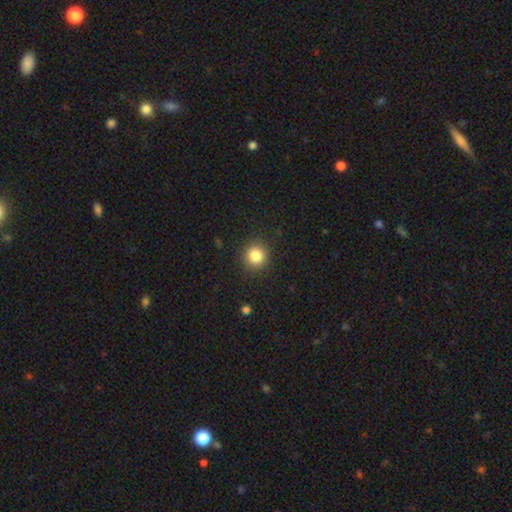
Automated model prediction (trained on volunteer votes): The model was most divided on "smooth or featured": smooth: 84%, star or artifact: 11%, featured or disk: 5%. More confident: how rounded — round (91%); merging — none (90%).